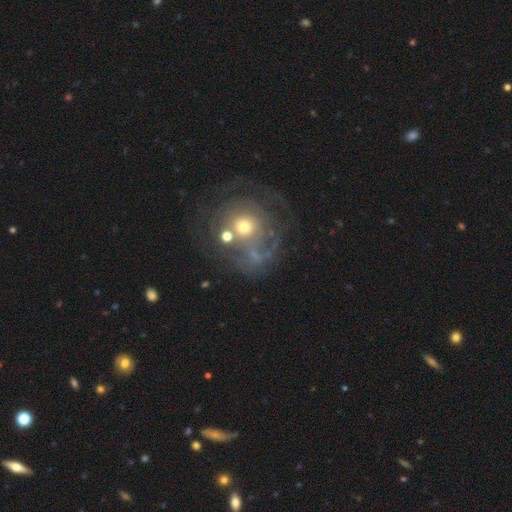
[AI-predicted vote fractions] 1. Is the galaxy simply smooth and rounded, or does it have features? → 60% featured or disk, 26% smooth, 14% star or artifact.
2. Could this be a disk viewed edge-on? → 97% no, 3% yes.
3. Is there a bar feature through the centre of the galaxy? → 86% no, 10% weak, 3% strong.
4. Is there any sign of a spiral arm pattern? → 54% yes, 46% no.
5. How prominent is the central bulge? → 48% moderate, 44% small, 4% large, 2% none, 2% dominant.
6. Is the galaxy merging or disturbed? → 52% none, 21% major disturbance, 17% minor disturbance, 10% merger.